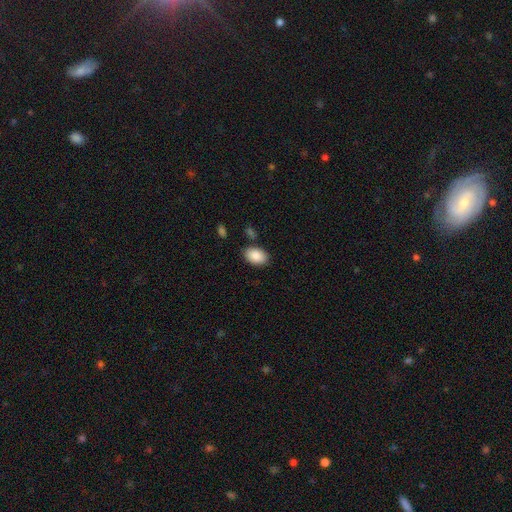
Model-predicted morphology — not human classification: smooth-or-featured: smooth: 88% | star or artifact: 6% | featured or disk: 5%
  how-rounded: in between: 90% | round: 9% | cigar-shaped: 1%
  merging: none: 83% | minor disturbance: 11% | merger: 4% | major disturbance: 3%